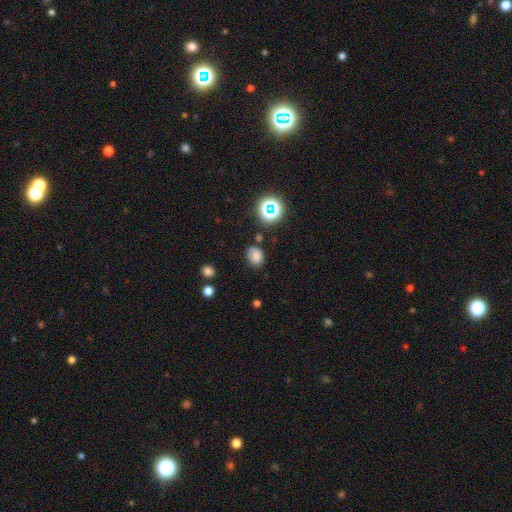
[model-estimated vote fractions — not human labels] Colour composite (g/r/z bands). It shows a smooth galaxy with no disk features (76%) that is in between round and cigar-shaped (54%). Merging: none (75%).